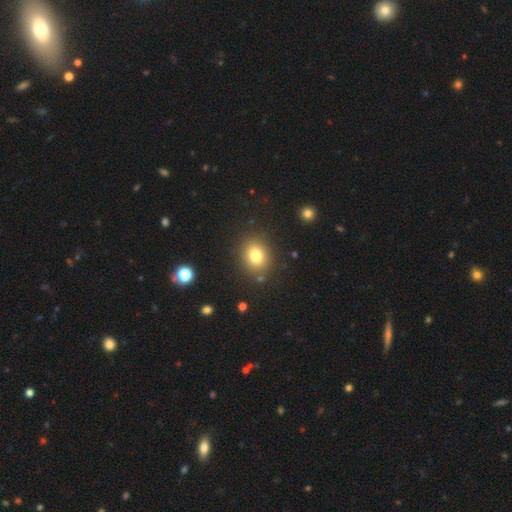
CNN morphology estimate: smooth 79%, star or artifact 12%, featured or disk 9%. Down the decision tree: how rounded — round (59%); merging — none (85%).